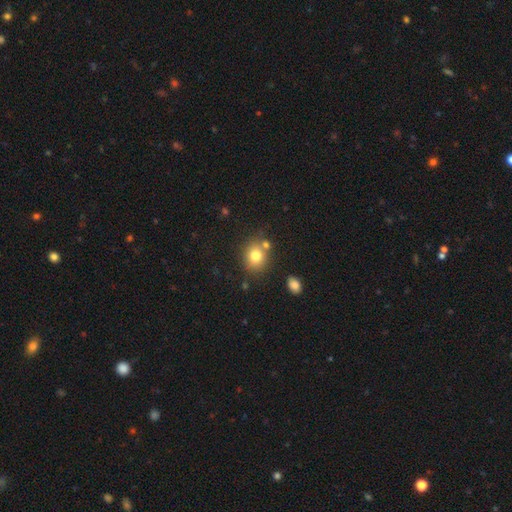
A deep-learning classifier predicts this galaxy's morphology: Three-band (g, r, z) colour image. It shows a smooth galaxy with no disk features (77%) that is round (69%). Merging: none (71%).